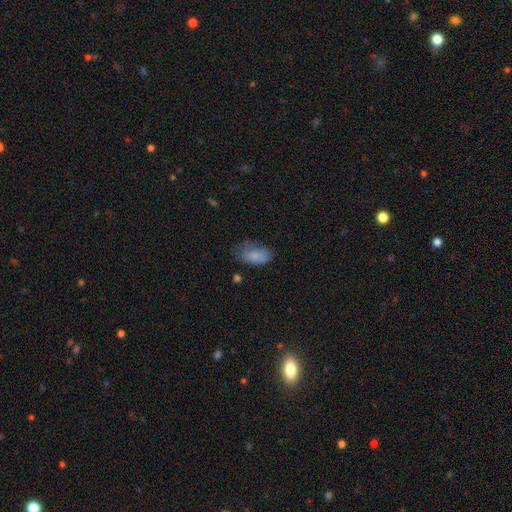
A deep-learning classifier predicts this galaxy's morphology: Smooth or featured? Predicted: smooth (p=0.79). How rounded? Predicted: in between (p=0.92). Merging? Predicted: none (p=0.44).